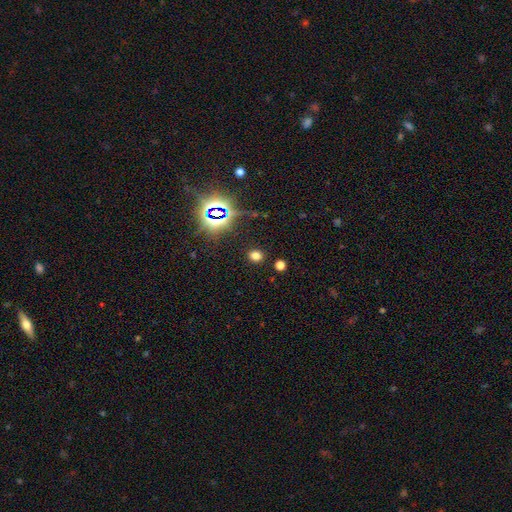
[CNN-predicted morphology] Smooth or featured?
  - smooth: 66% *
  - star or artifact: 27%
  - featured or disk: 6%
How rounded?
  - round: 60% *
  - in between: 39%
  - cigar-shaped: 1%
Merging?
  - none: 88% *
  - minor disturbance: 7%
  - major disturbance: 3%
  - merger: 2%